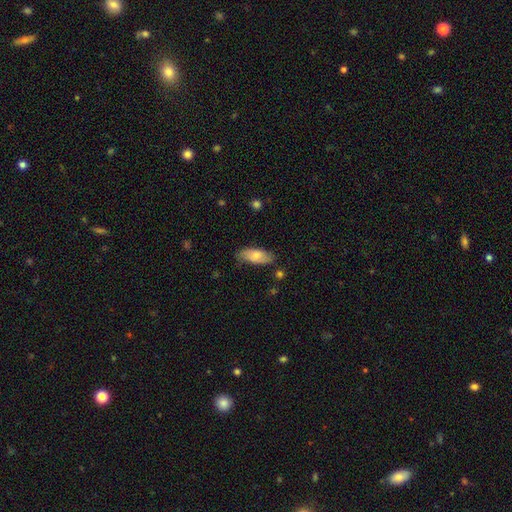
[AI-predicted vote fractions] A smooth galaxy with no disk features (73%) that is in between round and cigar-shaped (83%).

Vote fractions:
- Smooth or featured? smooth: 73% / featured or disk: 21% / star or artifact: 6%
- How rounded? in between: 83% / cigar-shaped: 15% / round: 2%
- Merging? none: 74% / minor disturbance: 20% / major disturbance: 4% / merger: 2%